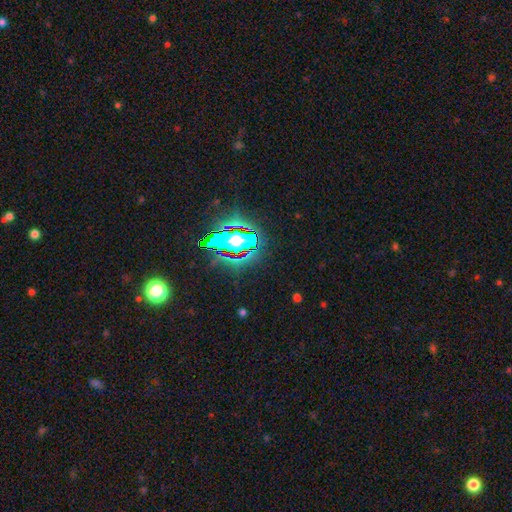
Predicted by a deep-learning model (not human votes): smooth-or-featured: star or artifact: 82% | smooth: 10% | featured or disk: 8%